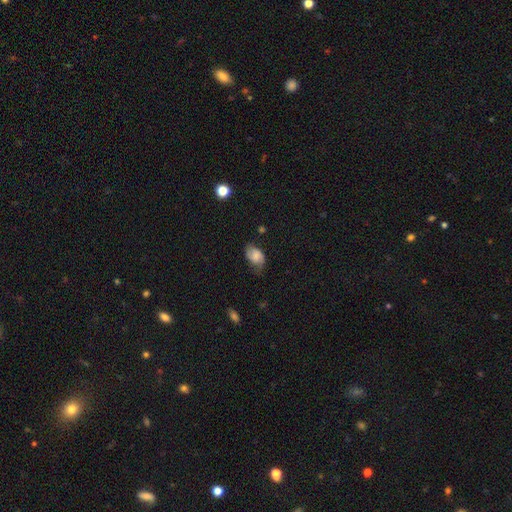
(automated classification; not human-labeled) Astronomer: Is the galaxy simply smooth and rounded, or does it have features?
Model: smooth — 57% (runner-up: featured or disk, 34%).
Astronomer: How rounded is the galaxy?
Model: in between — 85%.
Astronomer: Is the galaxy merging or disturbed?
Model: none — 57%.